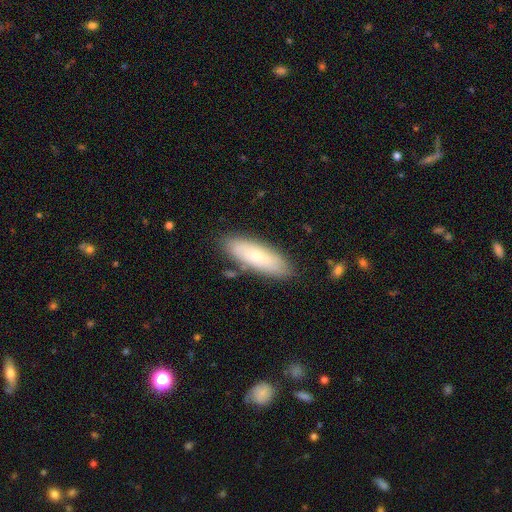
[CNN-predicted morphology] A smooth galaxy with no disk features (70%) that is in between round and cigar-shaped (56%). Merging: none (83%).